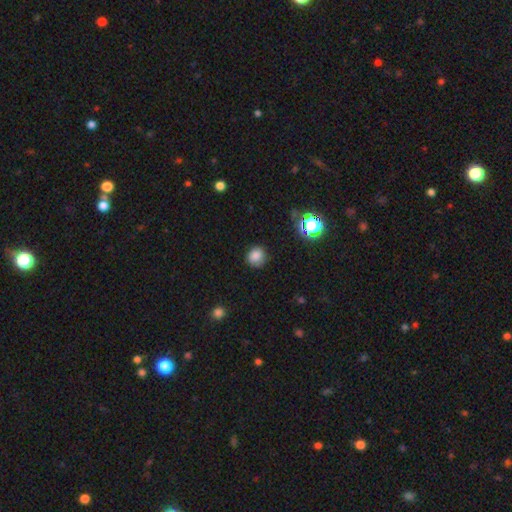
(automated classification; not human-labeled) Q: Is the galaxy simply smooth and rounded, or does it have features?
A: smooth — 82%.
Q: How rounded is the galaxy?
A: round — 79%.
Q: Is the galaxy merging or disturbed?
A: none — 82%.